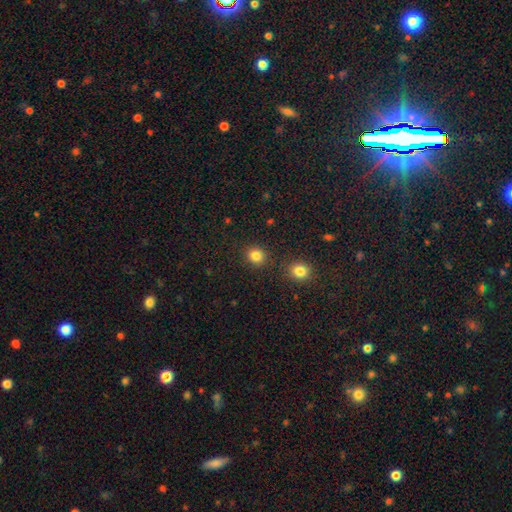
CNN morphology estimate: Smooth or featured?
  - smooth: 84% *
  - star or artifact: 12%
  - featured or disk: 4%
How rounded?
  - round: 80% *
  - in between: 19%
  - cigar-shaped: 1%
Merging?
  - none: 87% *
  - minor disturbance: 7%
  - merger: 4%
  - major disturbance: 2%